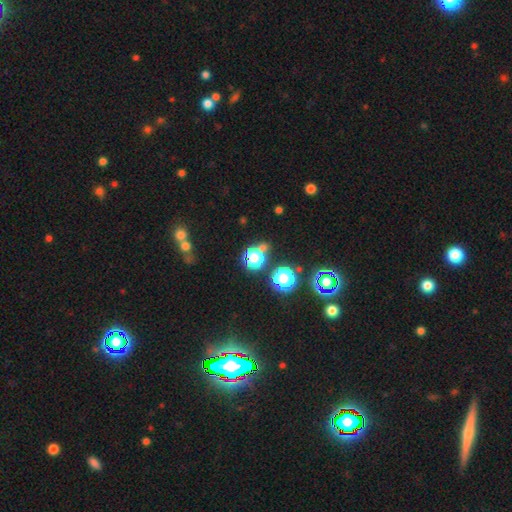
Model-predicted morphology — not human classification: Smooth or featured? smooth (54%)
How rounded? round (85%)
Merging? none (66%)